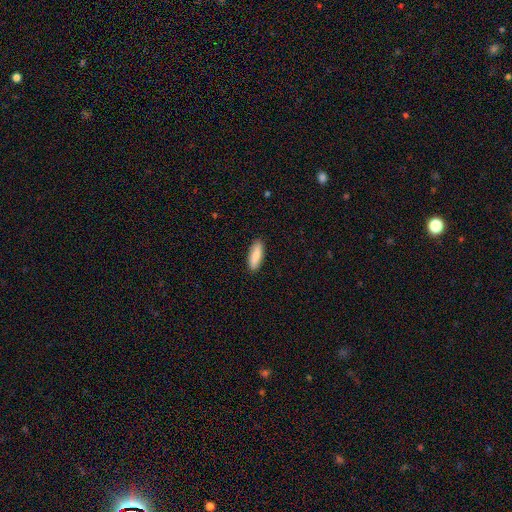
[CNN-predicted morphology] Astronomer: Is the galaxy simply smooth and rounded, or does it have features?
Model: smooth — 83%.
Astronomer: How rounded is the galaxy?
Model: in between — 65%.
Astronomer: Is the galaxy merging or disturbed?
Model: none — 89%.